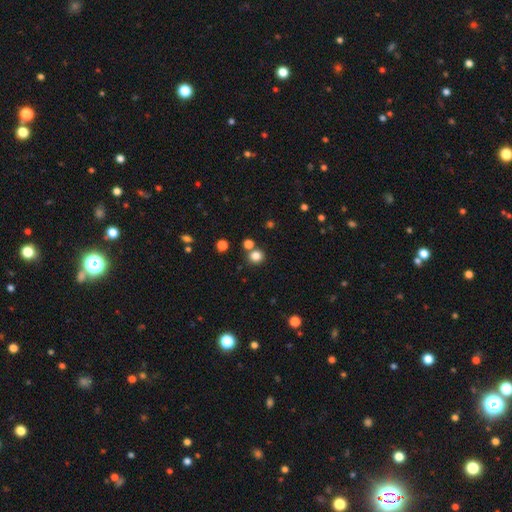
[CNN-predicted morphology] The model was most divided on "merging": none: 75%, merger: 14%, minor disturbance: 8%, major disturbance: 3%. More confident: how rounded — round (87%); smooth or featured — smooth (81%).